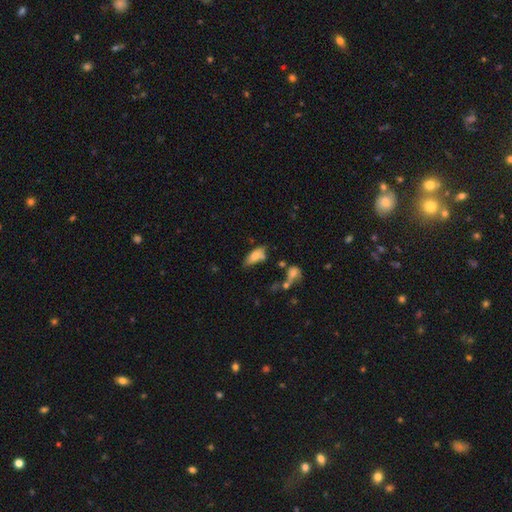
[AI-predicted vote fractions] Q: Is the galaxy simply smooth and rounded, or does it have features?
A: smooth — 72%.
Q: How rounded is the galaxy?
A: in between — 81%.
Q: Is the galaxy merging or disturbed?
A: none — 50%.